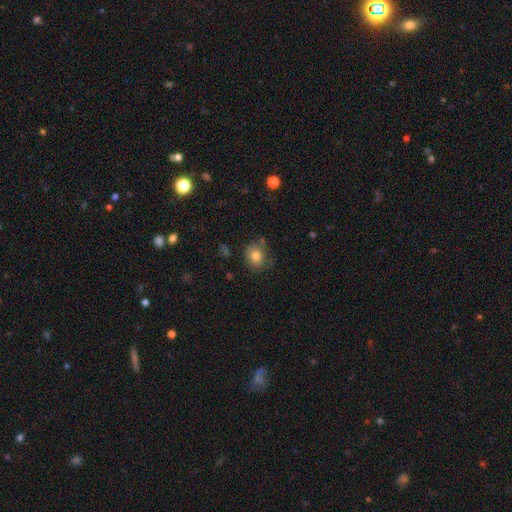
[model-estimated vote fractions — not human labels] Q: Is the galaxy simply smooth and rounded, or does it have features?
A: smooth — 79%.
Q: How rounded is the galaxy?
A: round — 75%.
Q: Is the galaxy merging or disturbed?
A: none — 70%.